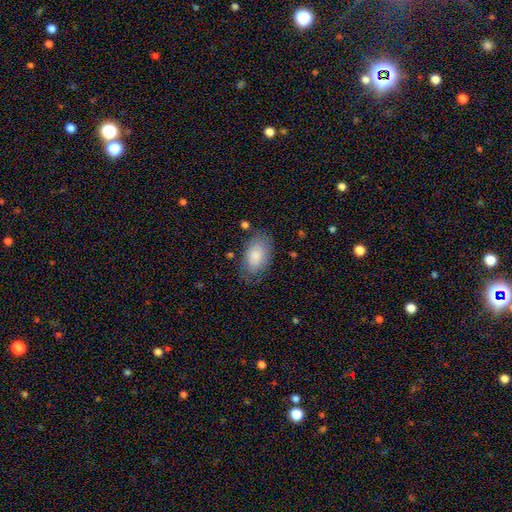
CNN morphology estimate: smooth 80%, featured or disk 14%, star or artifact 6%. Down the decision tree: how rounded — in between (93%); merging — none (70%).